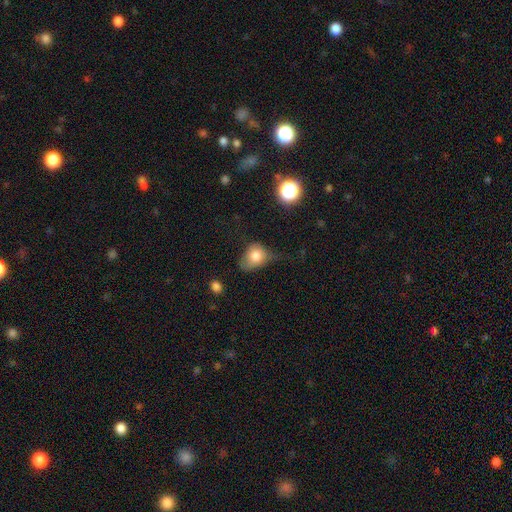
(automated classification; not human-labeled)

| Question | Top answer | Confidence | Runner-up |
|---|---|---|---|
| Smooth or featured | smooth | 75% | featured or disk (15%) |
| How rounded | in between | 56% | round (42%) |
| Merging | minor disturbance | 41% | none (30%) |